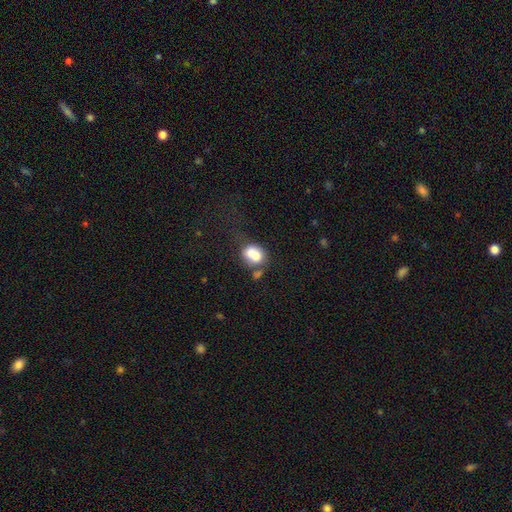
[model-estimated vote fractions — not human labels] Smooth or featured? Predicted: smooth (p=0.71). How rounded? Predicted: in between (p=0.56). Merging? Predicted: merger (p=0.49).